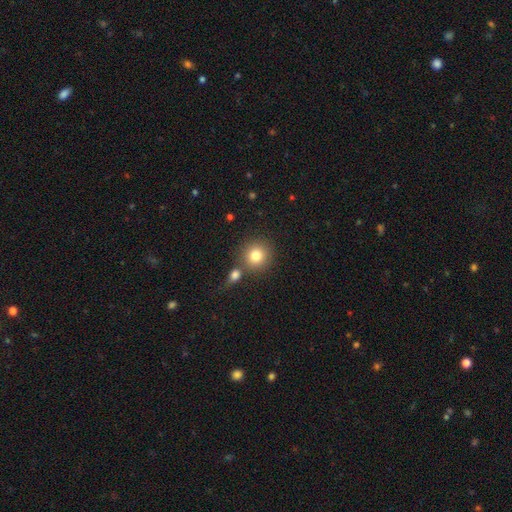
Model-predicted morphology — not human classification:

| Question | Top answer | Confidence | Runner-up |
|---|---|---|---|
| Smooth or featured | smooth | 80% | star or artifact (11%) |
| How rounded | round | 90% | in between (9%) |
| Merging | none | 70% | merger (18%) |